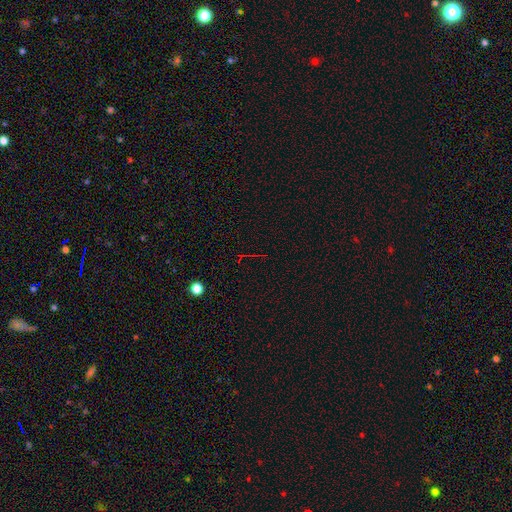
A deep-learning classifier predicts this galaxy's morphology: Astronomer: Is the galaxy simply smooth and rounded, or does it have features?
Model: star or artifact — 73%.